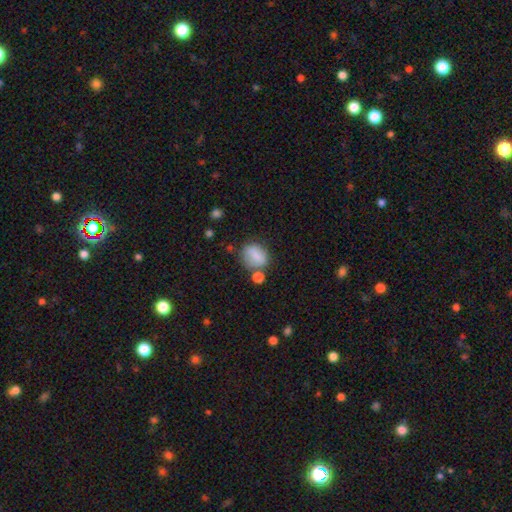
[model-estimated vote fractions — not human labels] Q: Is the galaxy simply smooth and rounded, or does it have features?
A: smooth — 78%.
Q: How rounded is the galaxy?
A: in between — 52%.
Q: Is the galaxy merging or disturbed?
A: none — 57%.